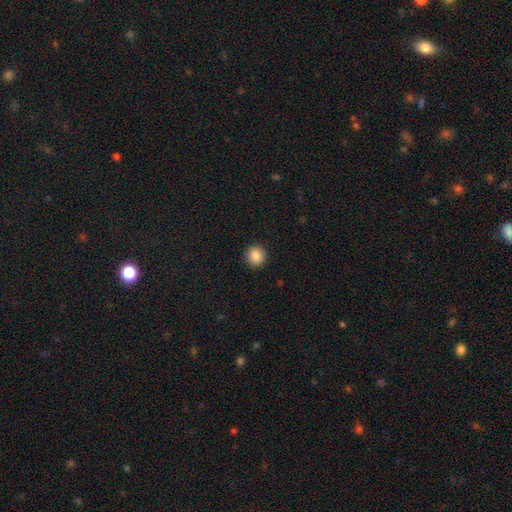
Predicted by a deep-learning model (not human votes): Smooth or featured?
  - smooth: 87% *
  - star or artifact: 9%
  - featured or disk: 4%
How rounded?
  - round: 93% *
  - in between: 6%
  - cigar-shaped: 1%
Merging?
  - none: 93% *
  - minor disturbance: 5%
  - major disturbance: 2%
  - merger: 1%